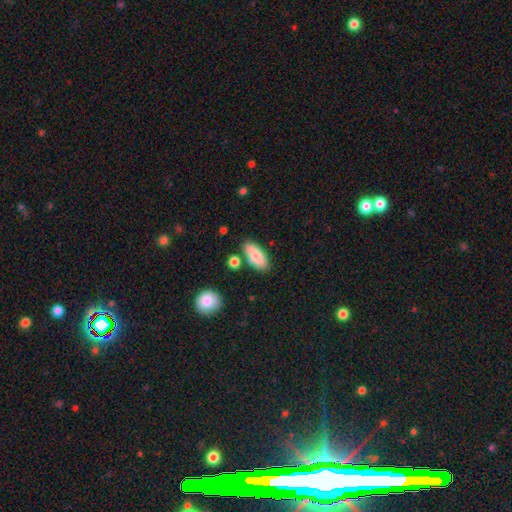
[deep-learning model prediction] Smooth or featured?
  - smooth: 81% *
  - featured or disk: 13%
  - star or artifact: 7%
How rounded?
  - in between: 81% *
  - cigar-shaped: 17%
  - round: 3%
Merging?
  - none: 75% *
  - minor disturbance: 14%
  - merger: 8%
  - major disturbance: 3%